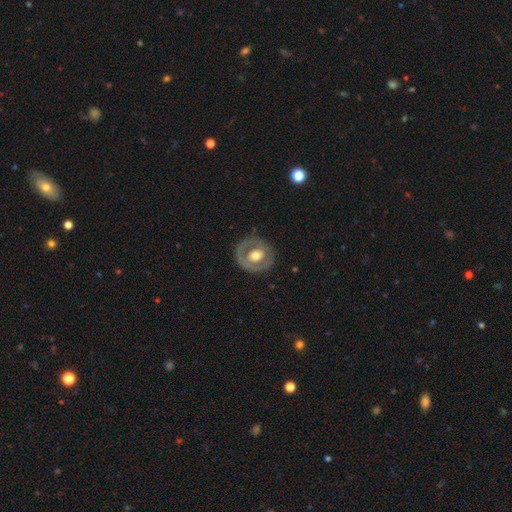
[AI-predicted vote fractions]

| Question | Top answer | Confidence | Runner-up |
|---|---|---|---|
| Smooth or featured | featured or disk | 59% | smooth (36%) |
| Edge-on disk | no | 95% | yes (5%) |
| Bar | no | 69% | weak (23%) |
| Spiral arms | no | 73% | yes (27%) |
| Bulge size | moderate | 68% | large (22%) |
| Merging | none | 76% | minor disturbance (16%) |